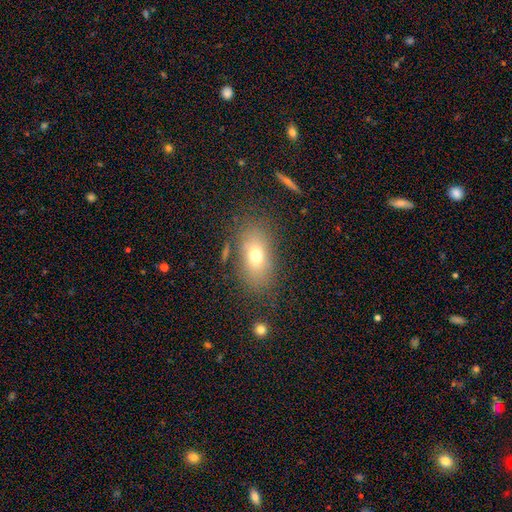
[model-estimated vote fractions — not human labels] Q: Smooth or featured?
A: smooth (69%); runner-up: featured or disk (19%)
Q: How rounded?
A: in between (85%); runner-up: round (11%)
Q: Merging?
A: none (78%); runner-up: minor disturbance (13%)